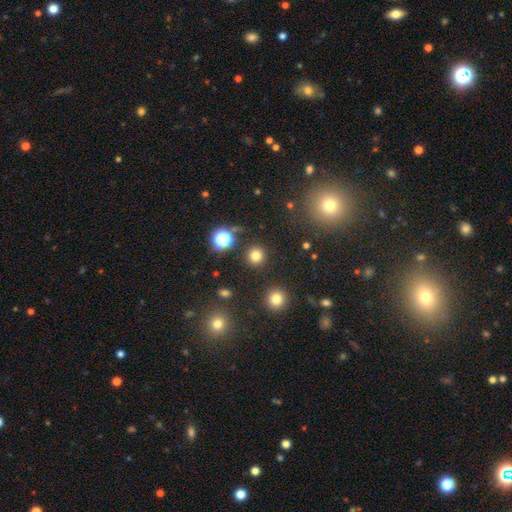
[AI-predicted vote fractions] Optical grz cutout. It shows a smooth galaxy with no disk features (78%) that is round (93%). Merging: none (90%).